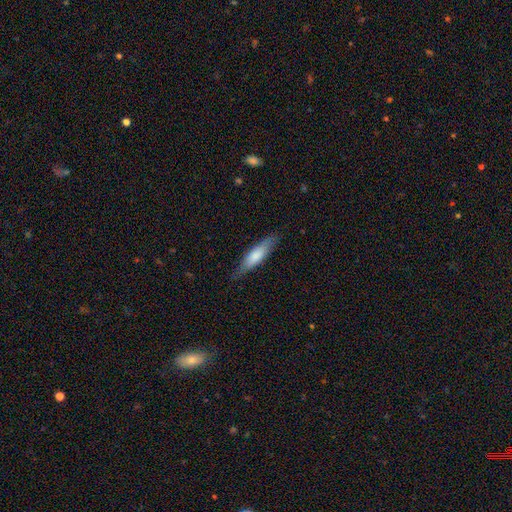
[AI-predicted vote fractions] Morphology: type=smooth (71%); roundness=cigar-shaped (68%); merging=none (80%).